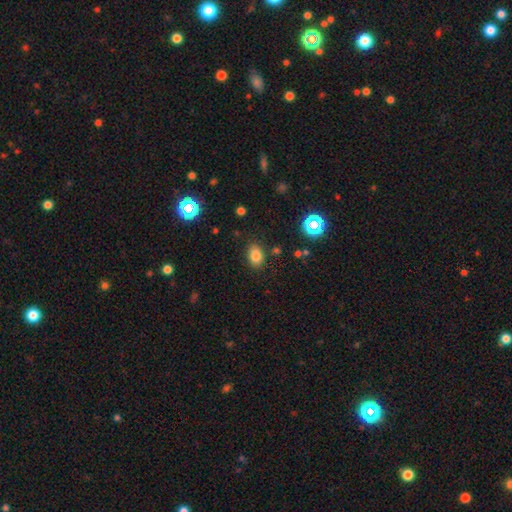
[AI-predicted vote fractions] smooth-or-featured: smooth: 80% | star or artifact: 13% | featured or disk: 7%
  how-rounded: in between: 77% | round: 22% | cigar-shaped: 1%
  merging: none: 85% | minor disturbance: 10% | major disturbance: 3% | merger: 2%